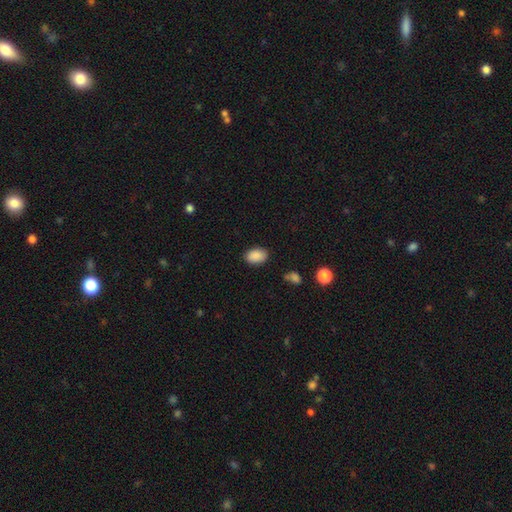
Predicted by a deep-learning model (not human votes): A smooth galaxy with no disk features (89%) that is in between round and cigar-shaped (85%).

Vote fractions:
- Smooth or featured? smooth: 89% / star or artifact: 8% / featured or disk: 3%
- How rounded? in between: 85% / round: 14% / cigar-shaped: 1%
- Merging? none: 86% / minor disturbance: 10% / major disturbance: 3% / merger: 1%